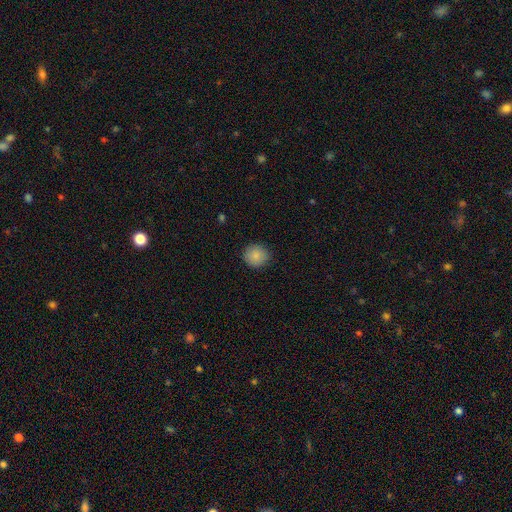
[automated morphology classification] Smooth or featured? Predicted: smooth (p=0.87). How rounded? Predicted: round (p=0.91). Merging? Predicted: none (p=0.90).